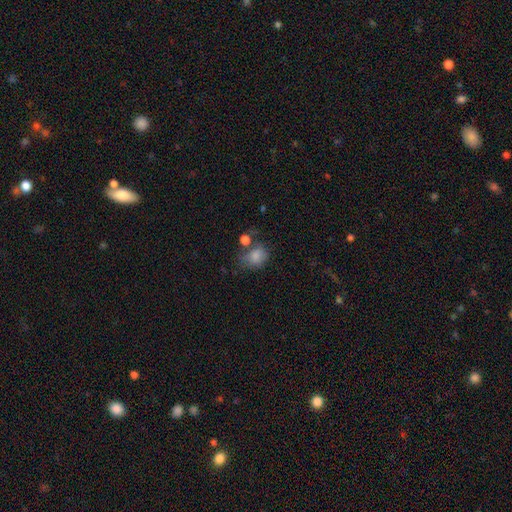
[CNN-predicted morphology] Q: Smooth or featured?
A: smooth (79%); runner-up: featured or disk (11%)
Q: How rounded?
A: in between (57%); runner-up: round (42%)
Q: Merging?
A: none (37%); runner-up: minor disturbance (24%)